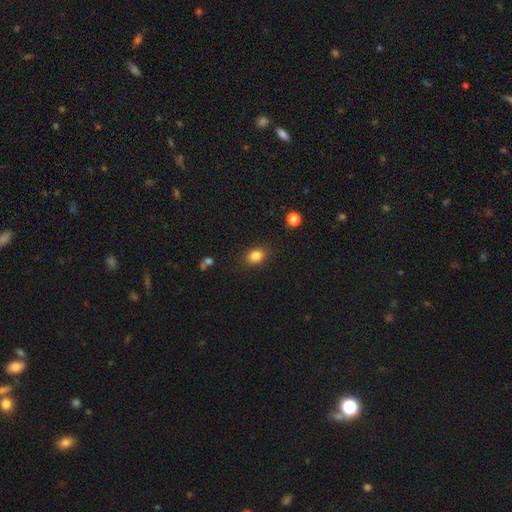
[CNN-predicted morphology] Smooth or featured? smooth (85%)
How rounded? in between (75%)
Merging? none (85%)